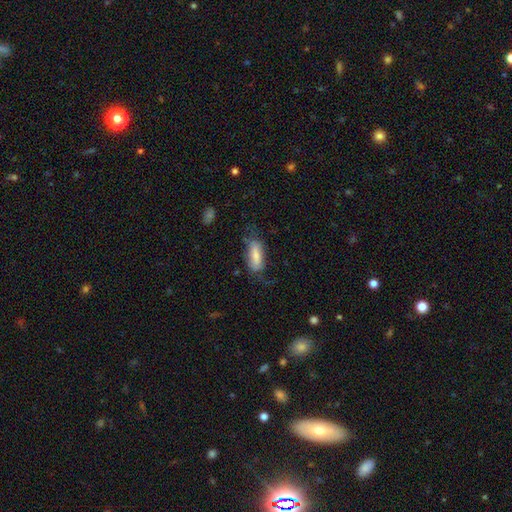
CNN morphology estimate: A smooth galaxy with no disk features (66%) that is in between round and cigar-shaped (78%). Merging: none (50%).